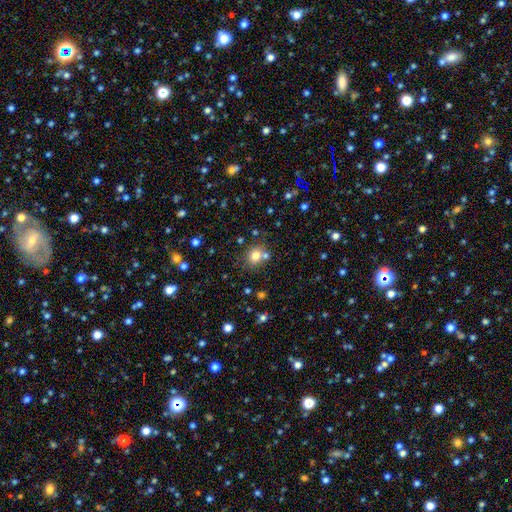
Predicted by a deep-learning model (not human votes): Overall: smooth (76%). How rounded: round (78%). Merging: none (65%).